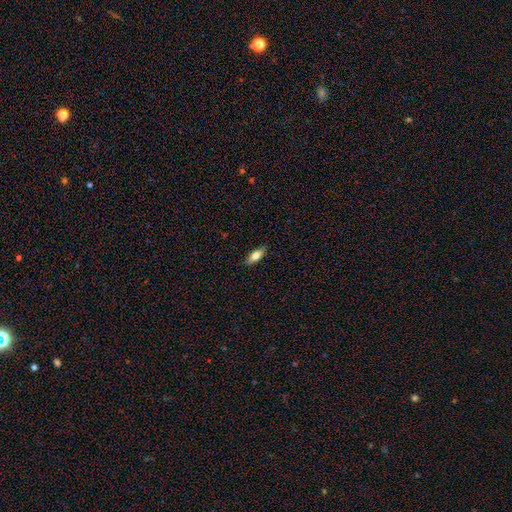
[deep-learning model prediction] smooth 78%, featured or disk 16%, star or artifact 7%. Down the decision tree: how rounded — in between (80%); merging — none (84%).